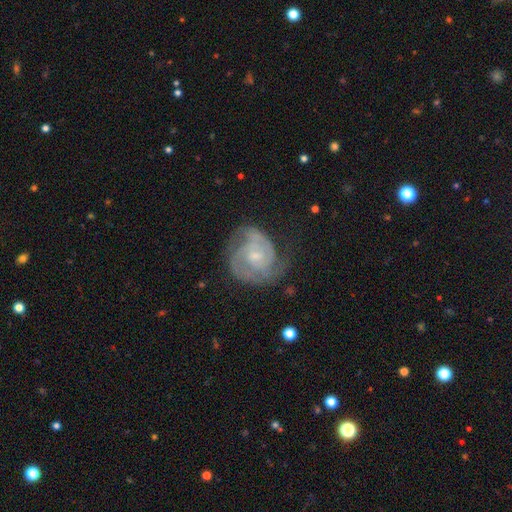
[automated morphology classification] A featured or disk galaxy (84%) with no bar (51%), 2 (57%) tight (55%) spiral arms (95%) and a small central bulge (60%).

Vote fractions:
- Smooth or featured? featured or disk: 84% / smooth: 11% / star or artifact: 6%
- Edge-on disk? no: 98% / yes: 2%
- Bar? no: 51% / weak: 42% / strong: 7%
- Spiral arms? yes: 95% / no: 5%
- Spiral winding? tight: 55% / medium: 37% / loose: 8%
- Spiral arm count? 2: 57% / can't tell: 18% / 3: 15% / 1: 4% / 4: 3% / more than 4: 3%
- Bulge size? small: 60% / moderate: 31% / none: 6% / large: 2% / dominant: 1%
- Merging? none: 62% / minor disturbance: 23% / major disturbance: 13% / merger: 2%